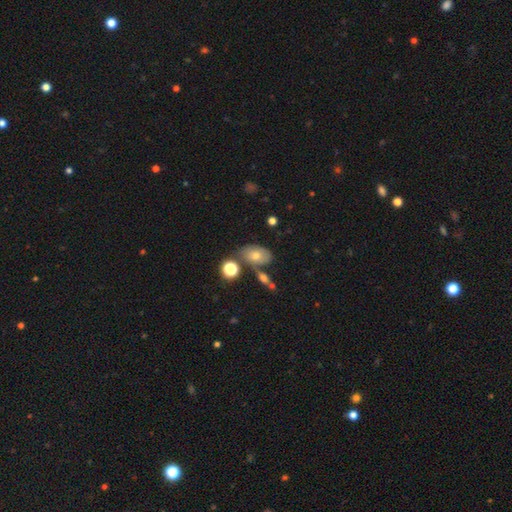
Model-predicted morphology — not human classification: Smooth or featured? smooth (68%)
How rounded? in between (84%)
Merging? none (61%)